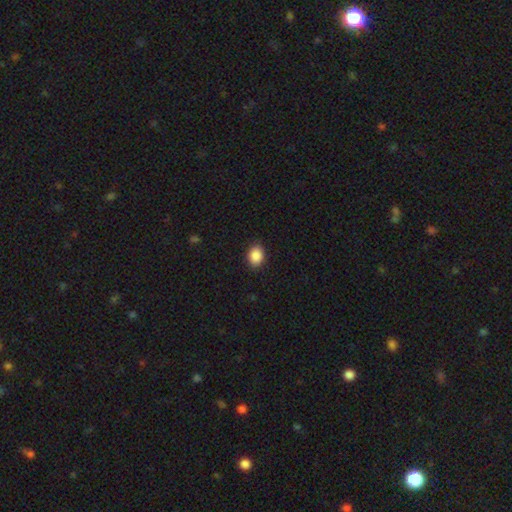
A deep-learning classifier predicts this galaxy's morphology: Smooth or featured: smooth — 89% (star or artifact — 8%)
How rounded: in between — 68% (round — 31%)
Merging: none — 89% (minor disturbance — 8%)